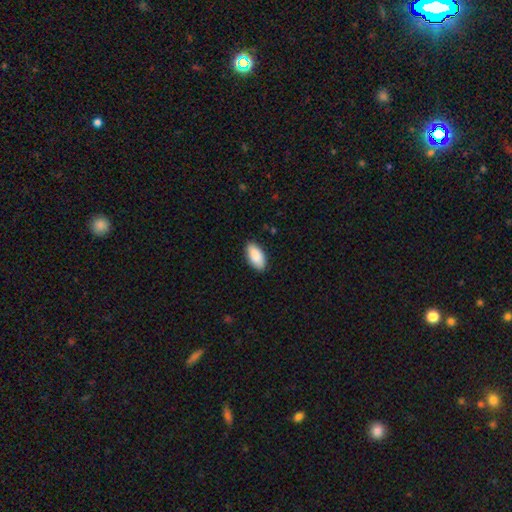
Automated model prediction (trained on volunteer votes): Smooth or featured? smooth (90%)
How rounded? in between (93%)
Merging? none (86%)